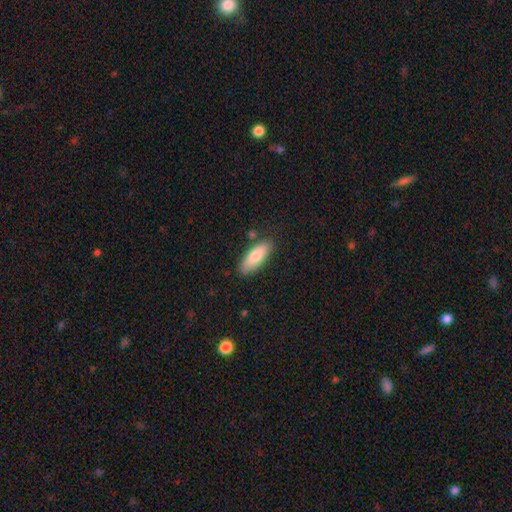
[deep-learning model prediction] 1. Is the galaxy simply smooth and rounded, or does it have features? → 80% smooth, 14% featured or disk, 6% star or artifact.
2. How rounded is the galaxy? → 70% in between, 28% cigar-shaped, 2% round.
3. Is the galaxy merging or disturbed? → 82% none, 12% minor disturbance, 3% merger, 2% major disturbance.